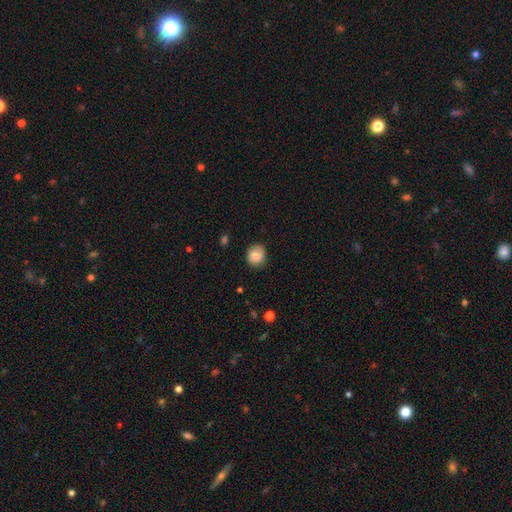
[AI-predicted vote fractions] A smooth galaxy with no disk features (82%) that is round (78%). Merging: none (77%).